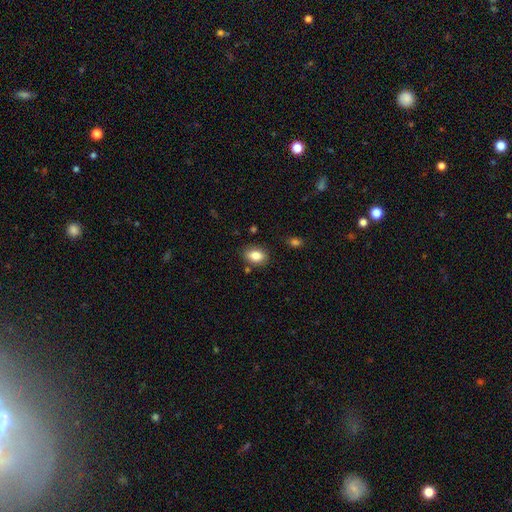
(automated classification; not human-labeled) smooth_or_featured: smooth (p=0.84) [alt: star or artifact p=0.08]
how_rounded: in between (p=0.82) [alt: round p=0.17]
merging: none (p=0.83) [alt: minor disturbance p=0.11]